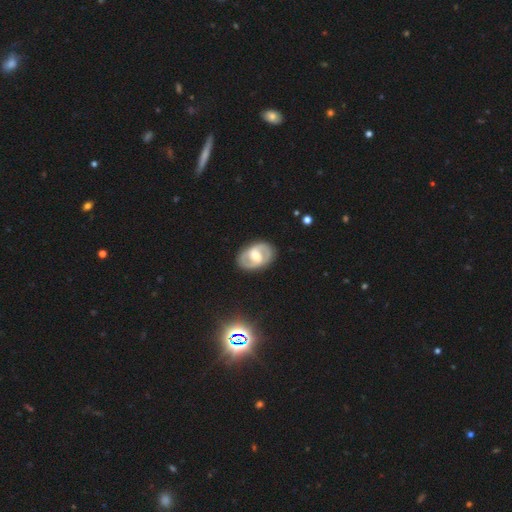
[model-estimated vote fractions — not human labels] Smooth or featured?
  - featured or disk: 74% *
  - smooth: 21%
  - star or artifact: 5%
Edge-on disk?
  - no: 95% *
  - yes: 5%
Bar?
  - weak: 44% *
  - strong: 36%
  - no: 20%
Spiral arms?
  - yes: 69% *
  - no: 31%
Bulge size?
  - moderate: 69% *
  - small: 17%
  - large: 12%
  - none: 1%
  - dominant: 1%
Merging?
  - none: 85% *
  - minor disturbance: 10%
  - major disturbance: 3%
  - merger: 1%